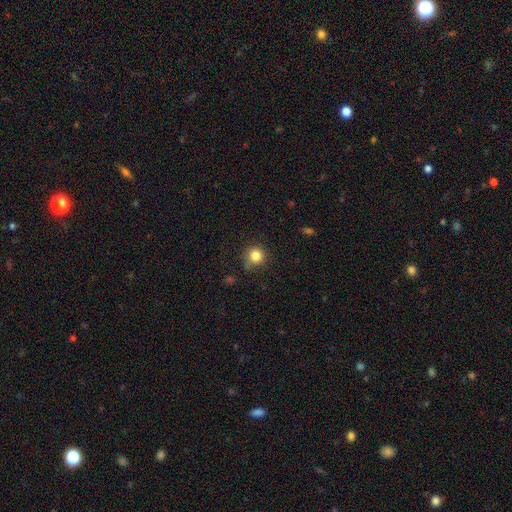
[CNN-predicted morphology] A smooth galaxy with no disk features (83%) that is round (92%). Merging: none (76%).